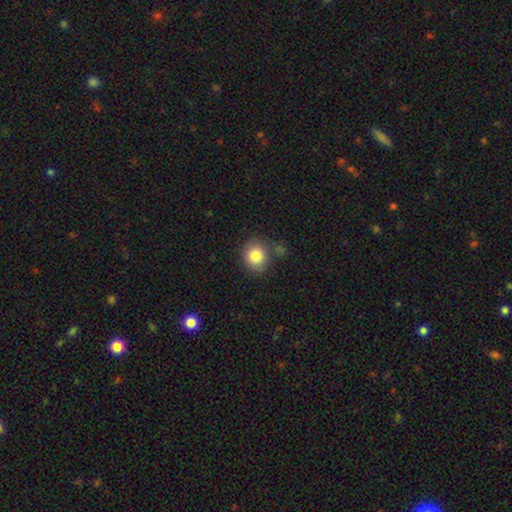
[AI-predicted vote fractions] smooth-or-featured: smooth: 84% | star or artifact: 9% | featured or disk: 7%
  how-rounded: round: 79% | in between: 20% | cigar-shaped: 1%
  merging: none: 73% | minor disturbance: 16% | merger: 7% | major disturbance: 5%